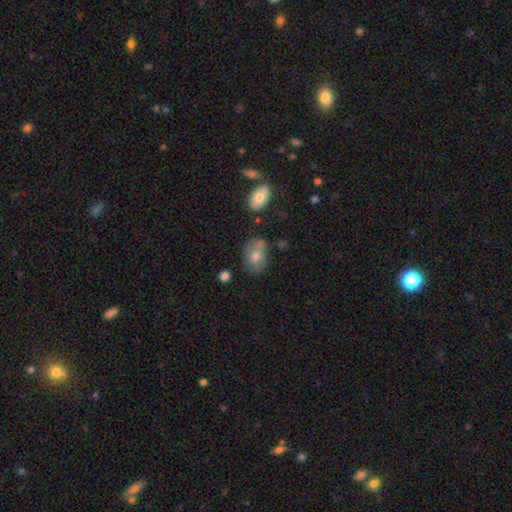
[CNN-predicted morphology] Smooth or featured?
  - smooth: 65% *
  - featured or disk: 24%
  - star or artifact: 10%
How rounded?
  - in between: 77% *
  - round: 21%
  - cigar-shaped: 1%
Merging?
  - none: 58% *
  - minor disturbance: 22%
  - merger: 14%
  - major disturbance: 7%